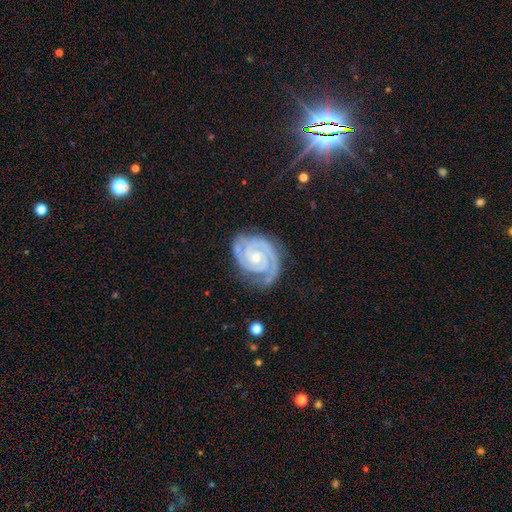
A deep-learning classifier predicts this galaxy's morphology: type=featured or disk (93%); edge-on=no (98%); bar=no (67%); spiral arms=yes (99%); winding=tight (80%); arm count=2 (77%); bulge=small (61%); merging=none (77%).